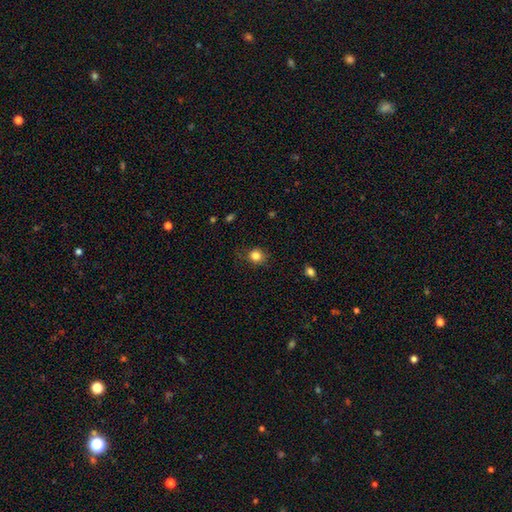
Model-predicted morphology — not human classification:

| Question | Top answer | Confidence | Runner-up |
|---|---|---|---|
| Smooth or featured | smooth | 83% | star or artifact (12%) |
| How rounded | round | 82% | in between (17%) |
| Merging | none | 78% | minor disturbance (16%) |